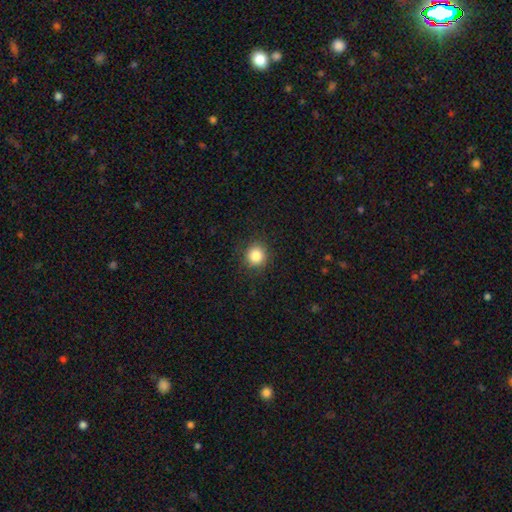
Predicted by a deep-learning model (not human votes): Overall: smooth (84%). How rounded: round (92%). Merging: none (89%).